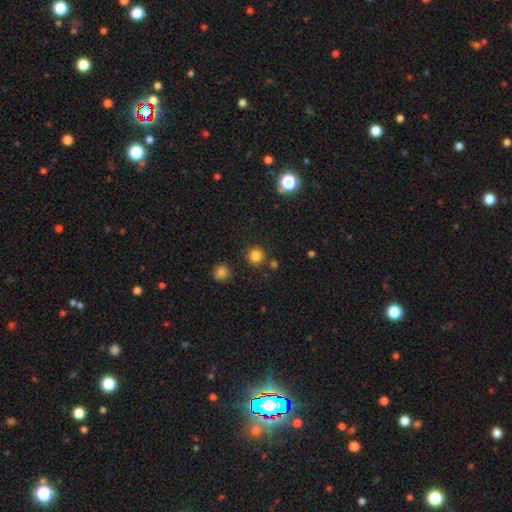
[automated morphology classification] Smooth or featured?
  - smooth: 82% *
  - star or artifact: 14%
  - featured or disk: 5%
How rounded?
  - round: 94% *
  - in between: 5%
  - cigar-shaped: 1%
Merging?
  - none: 84% *
  - minor disturbance: 7%
  - merger: 6%
  - major disturbance: 3%